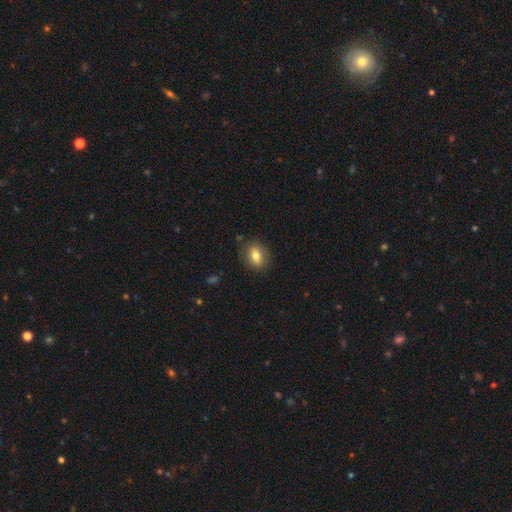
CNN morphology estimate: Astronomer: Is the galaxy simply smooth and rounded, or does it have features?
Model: smooth — 78%.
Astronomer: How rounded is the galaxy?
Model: in between — 64%.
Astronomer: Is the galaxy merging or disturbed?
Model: none — 85%.